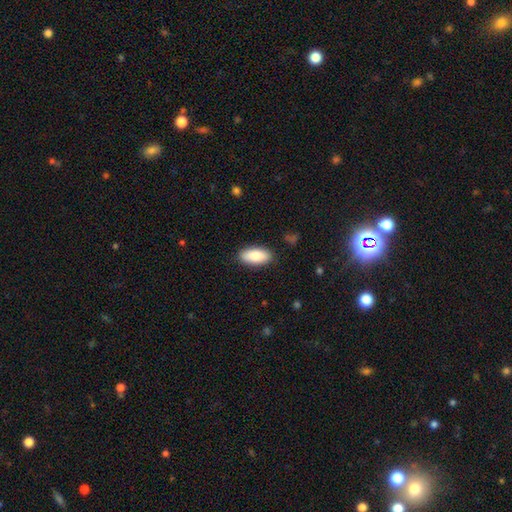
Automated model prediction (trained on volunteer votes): smooth 86%, featured or disk 8%, star or artifact 6%. Down the decision tree: how rounded — in between (90%); merging — none (88%).